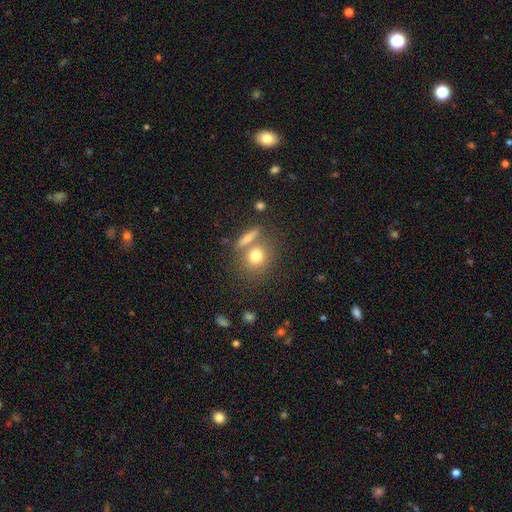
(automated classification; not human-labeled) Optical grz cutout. It shows a smooth galaxy with no disk features (75%) that is round (73%). Merging: none (58%).